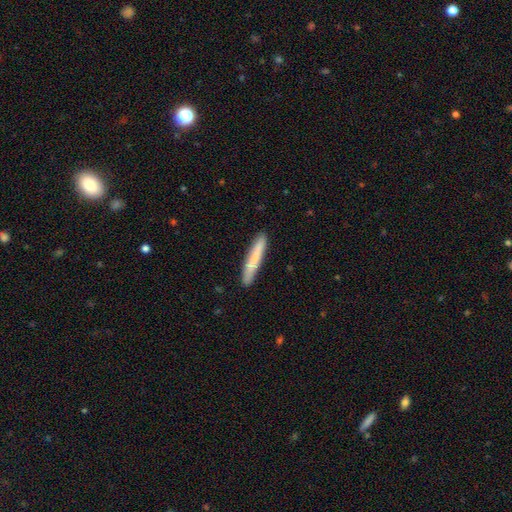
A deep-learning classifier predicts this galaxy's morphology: Overall: smooth (72%). How rounded: cigar-shaped (95%). Merging: none (88%).